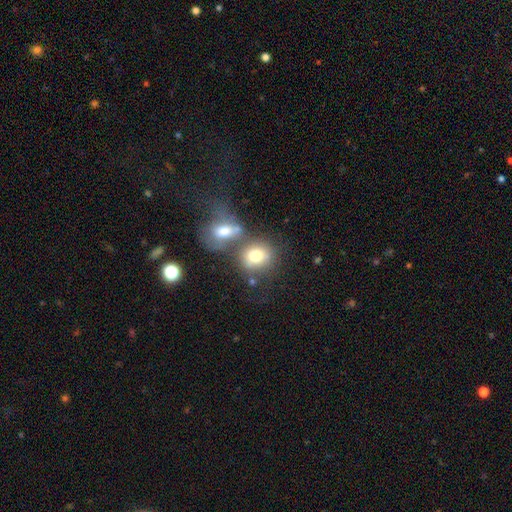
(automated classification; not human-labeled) A smooth galaxy with no disk features (74%) that is round (62%).

Vote fractions:
- Smooth or featured? smooth: 74% / featured or disk: 16% / star or artifact: 10%
- How rounded? round: 62% / in between: 37% / cigar-shaped: 1%
- Merging? merger: 41% / none: 40% / minor disturbance: 12% / major disturbance: 7%